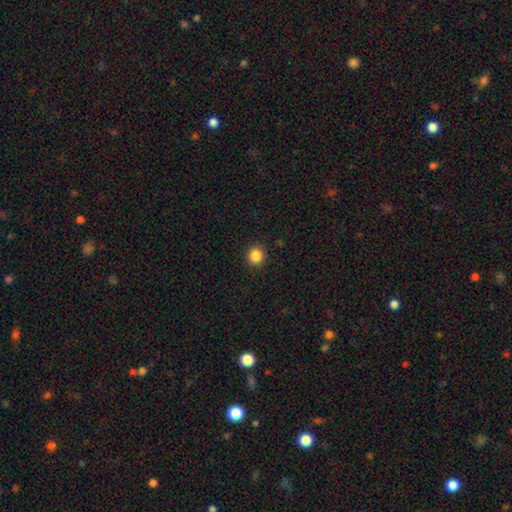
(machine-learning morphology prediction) Q: Smooth or featured?
A: smooth (86%); runner-up: star or artifact (11%)
Q: How rounded?
A: round (93%); runner-up: in between (6%)
Q: Merging?
A: none (92%); runner-up: minor disturbance (5%)